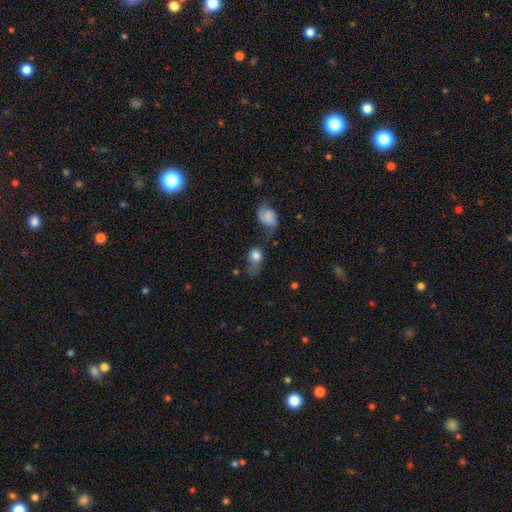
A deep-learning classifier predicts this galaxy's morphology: Smooth or featured? Predicted: smooth (p=0.75). How rounded? Predicted: in between (p=0.62). Merging? Predicted: major disturbance (p=0.31).